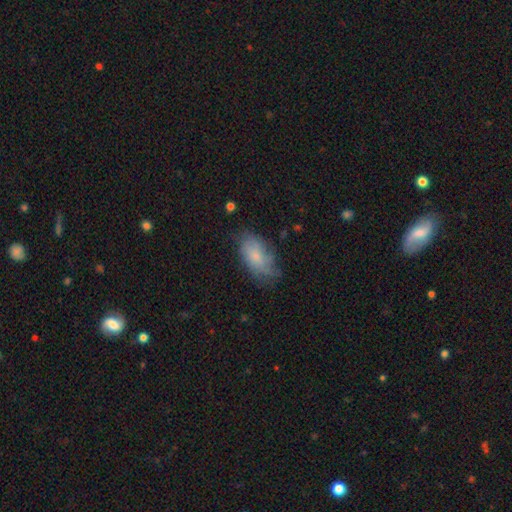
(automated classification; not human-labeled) Smooth or featured?
  - smooth: 62% *
  - featured or disk: 30%
  - star or artifact: 8%
How rounded?
  - in between: 92% *
  - round: 4%
  - cigar-shaped: 4%
Merging?
  - none: 58% *
  - minor disturbance: 30%
  - major disturbance: 10%
  - merger: 2%